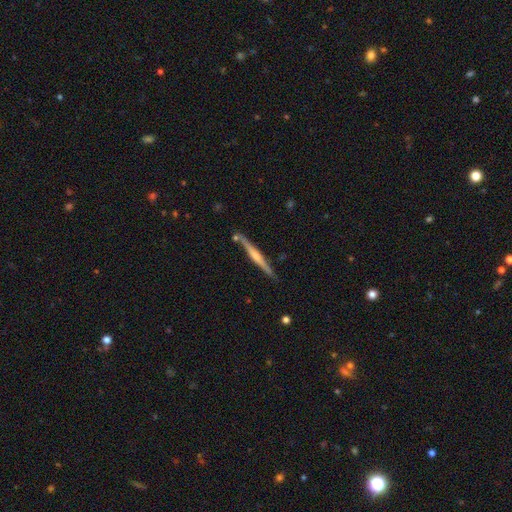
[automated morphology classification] Q: Smooth or featured?
A: featured or disk (72%); runner-up: smooth (22%)
Q: Edge-on disk?
A: yes (98%); runner-up: no (2%)
Q: Edge-on bulge?
A: rounded (76%); runner-up: none (16%)
Q: Merging?
A: none (82%); runner-up: minor disturbance (11%)